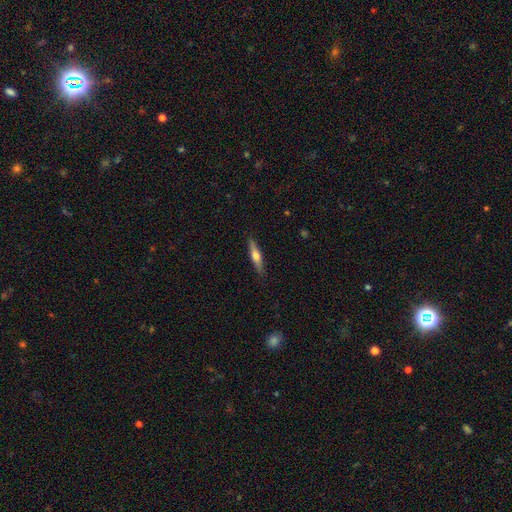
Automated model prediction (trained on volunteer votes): featured or disk 49%, smooth 45%, star or artifact 6%. Down the decision tree: merging — none (89%).